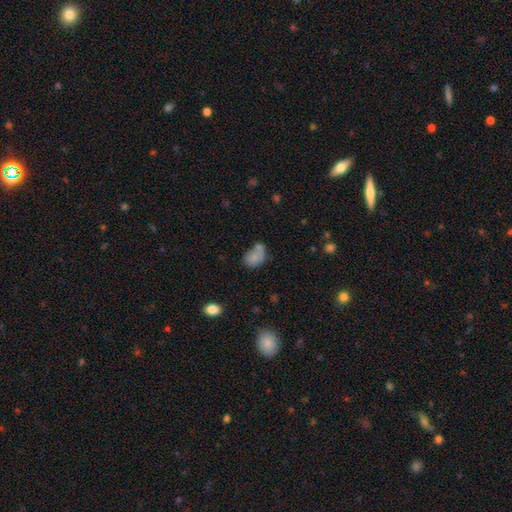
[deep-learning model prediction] smooth-or-featured: smooth: 74% | featured or disk: 15% | star or artifact: 11%
  how-rounded: in between: 64% | round: 35% | cigar-shaped: 1%
  merging: none: 35% | merger: 33% | minor disturbance: 21% | major disturbance: 11%